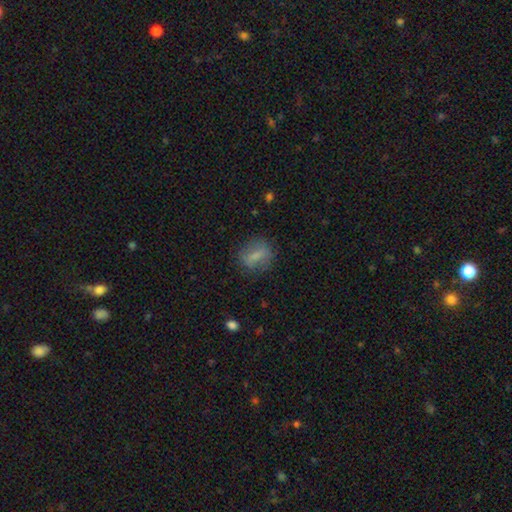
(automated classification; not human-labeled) Smooth or featured? smooth (64%)
How rounded? in between (48%)
Merging? none (78%)